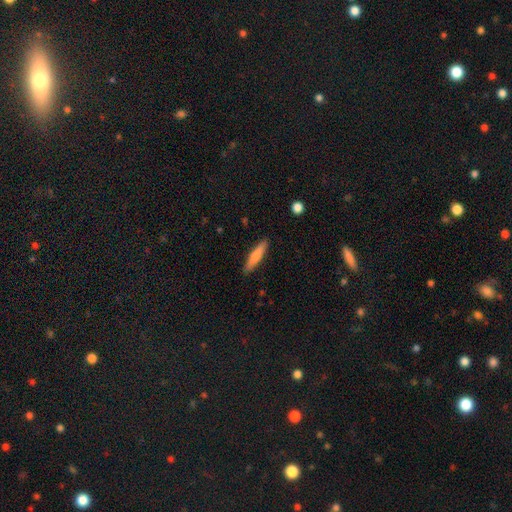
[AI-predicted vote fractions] Smooth or featured: smooth — 71% (featured or disk — 23%)
How rounded: cigar-shaped — 86% (in between — 13%)
Merging: none — 89% (minor disturbance — 8%)